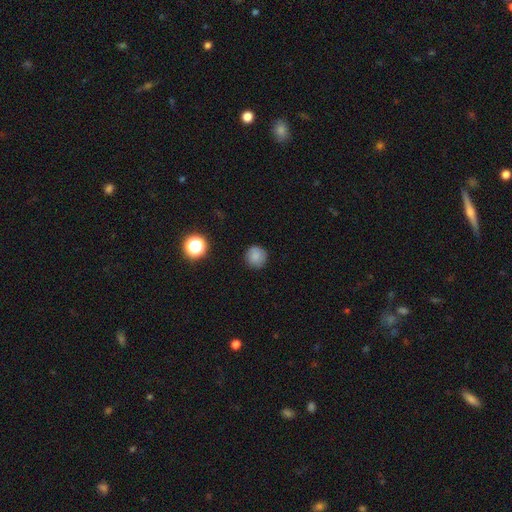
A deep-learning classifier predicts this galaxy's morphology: Q: Smooth or featured?
A: smooth (82%); runner-up: star or artifact (12%)
Q: How rounded?
A: round (94%); runner-up: in between (5%)
Q: Merging?
A: none (87%); runner-up: minor disturbance (9%)